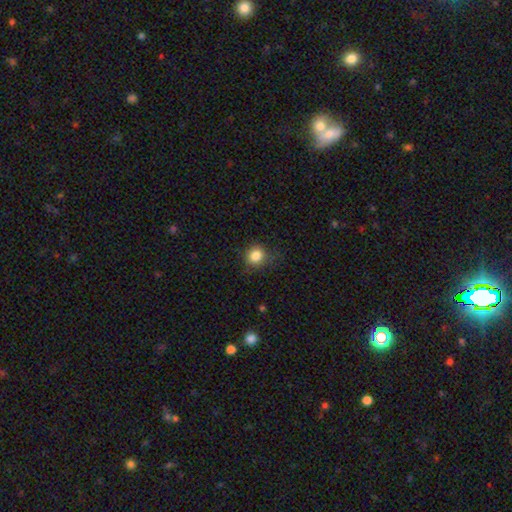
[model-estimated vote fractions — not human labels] Smooth or featured?
  - smooth: 84% *
  - star or artifact: 10%
  - featured or disk: 5%
How rounded?
  - round: 78% *
  - in between: 21%
  - cigar-shaped: 1%
Merging?
  - none: 76% *
  - minor disturbance: 18%
  - major disturbance: 5%
  - merger: 1%